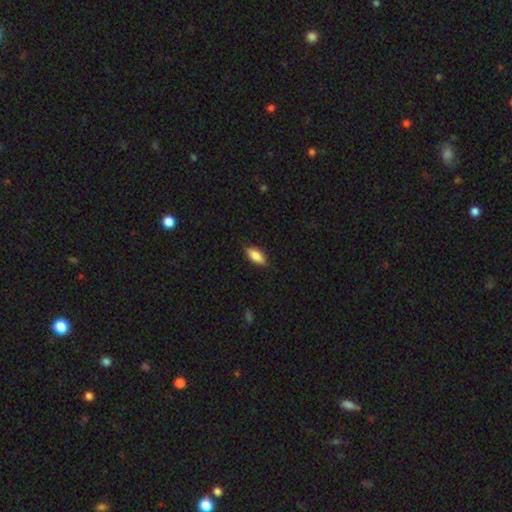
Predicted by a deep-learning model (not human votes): A smooth galaxy with no disk features (80%) that is in between round and cigar-shaped (81%).

Vote fractions:
- Smooth or featured? smooth: 80% / featured or disk: 14% / star or artifact: 7%
- How rounded? in between: 81% / cigar-shaped: 16% / round: 3%
- Merging? none: 84% / minor disturbance: 13% / major disturbance: 2% / merger: 1%